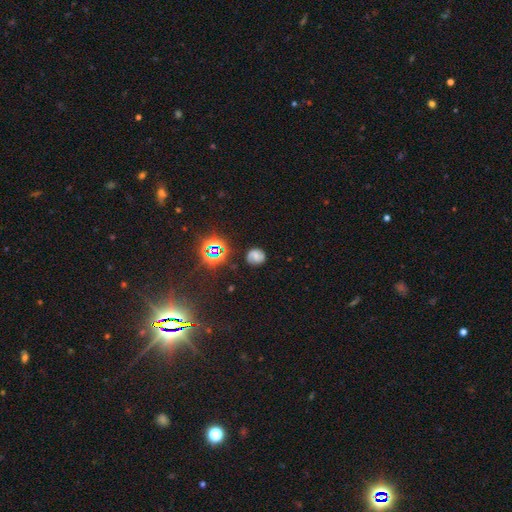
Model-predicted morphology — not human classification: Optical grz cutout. It shows a smooth galaxy with no disk features (48%). Merging: none (72%).